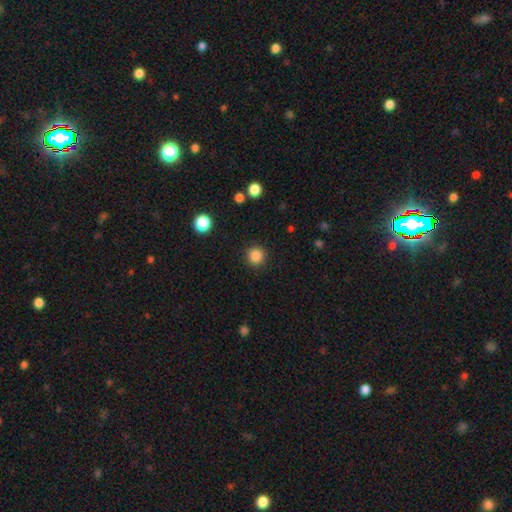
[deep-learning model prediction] smooth-or-featured: smooth: 85% | star or artifact: 11% | featured or disk: 3%
  how-rounded: round: 94% | in between: 5% | cigar-shaped: 1%
  merging: none: 91% | minor disturbance: 6% | major disturbance: 2% | merger: 1%